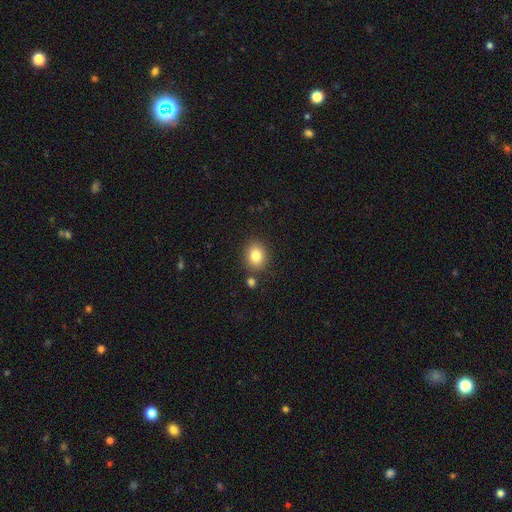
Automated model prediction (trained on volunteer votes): A smooth galaxy with no disk features (83%) that is round (60%). Merging: none (82%).